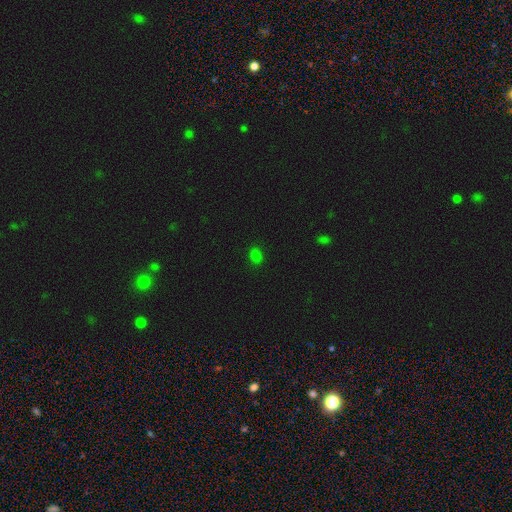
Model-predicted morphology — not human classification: This appears to be a smooth galaxy with no disk features (79%) that is in between round and cigar-shaped (57%). Merging: none (88%).